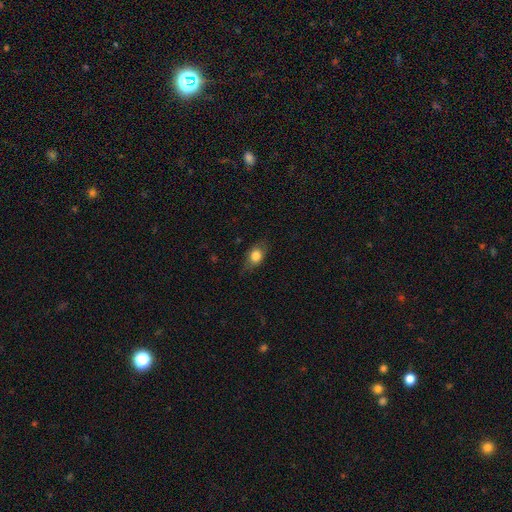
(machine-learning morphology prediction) This appears to be a smooth galaxy with no disk features (78%) that is in between round and cigar-shaped (68%). Merging: none (72%).